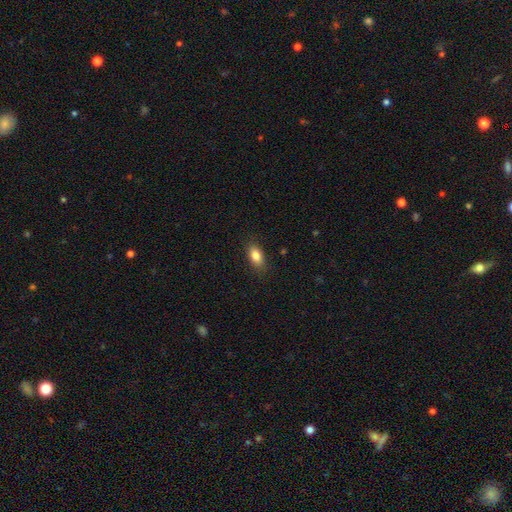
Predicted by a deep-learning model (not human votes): The model was most divided on "merging": none: 85%, minor disturbance: 11%, major disturbance: 3%, merger: 1%. More confident: how rounded — in between (88%); smooth or featured — smooth (85%).